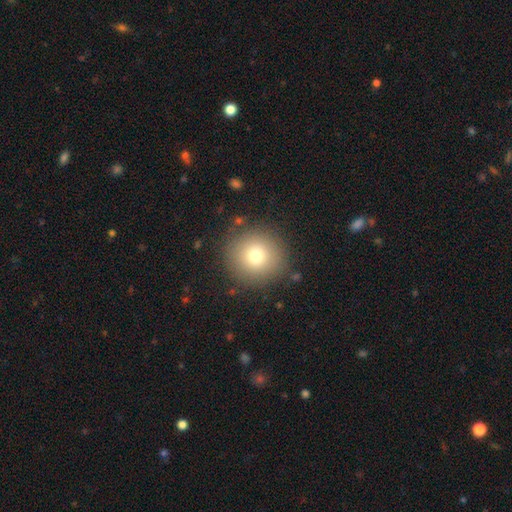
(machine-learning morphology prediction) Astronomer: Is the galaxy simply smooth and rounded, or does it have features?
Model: smooth — 76%.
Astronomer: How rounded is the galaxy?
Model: round — 94%.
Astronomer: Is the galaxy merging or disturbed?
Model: none — 88%.